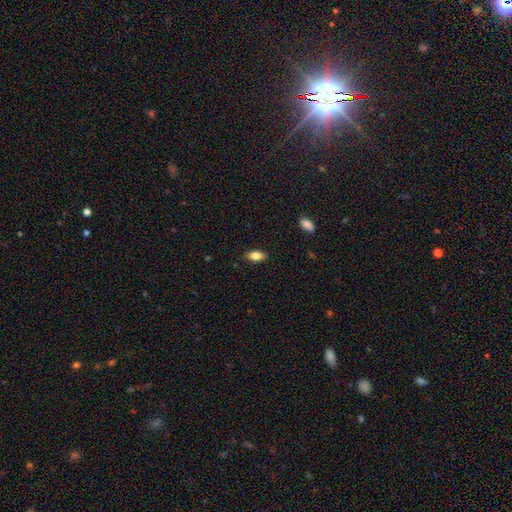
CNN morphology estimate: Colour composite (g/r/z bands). It shows a smooth galaxy with no disk features (81%) that is in between round and cigar-shaped (88%). Merging: none (86%).